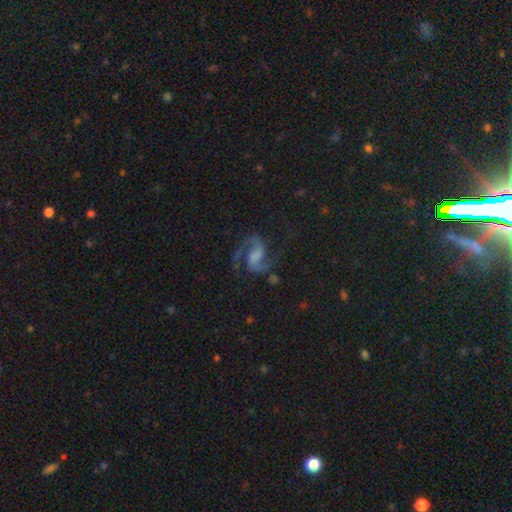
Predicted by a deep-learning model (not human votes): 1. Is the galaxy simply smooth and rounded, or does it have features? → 88% featured or disk, 6% star or artifact, 6% smooth.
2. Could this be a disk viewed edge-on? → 98% no, 2% yes.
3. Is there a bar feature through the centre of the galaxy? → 47% weak, 28% no, 25% strong.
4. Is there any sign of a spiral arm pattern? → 98% yes, 2% no.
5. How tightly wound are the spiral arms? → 56% medium, 34% loose, 11% tight.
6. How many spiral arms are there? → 93% 2, 2% can't tell, 1% 1, 1% 3, 1% 4, 1% more than 4.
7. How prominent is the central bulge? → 44% none, 21% moderate, 20% small, 12% large, 2% dominant.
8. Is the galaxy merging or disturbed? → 70% none, 15% minor disturbance, 12% major disturbance, 2% merger.